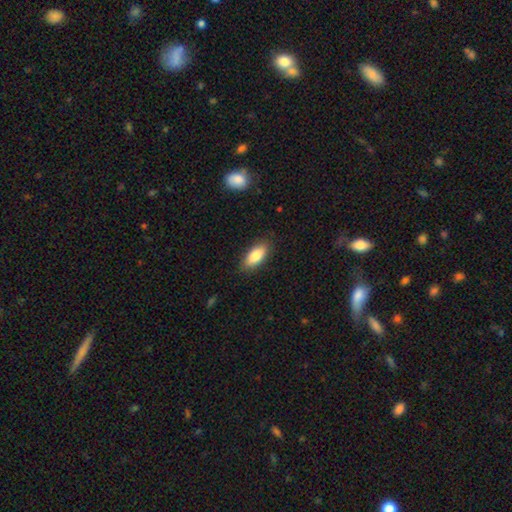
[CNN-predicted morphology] Q: Smooth or featured?
A: smooth (82%); runner-up: featured or disk (12%)
Q: How rounded?
A: in between (85%); runner-up: cigar-shaped (13%)
Q: Merging?
A: none (86%); runner-up: minor disturbance (11%)